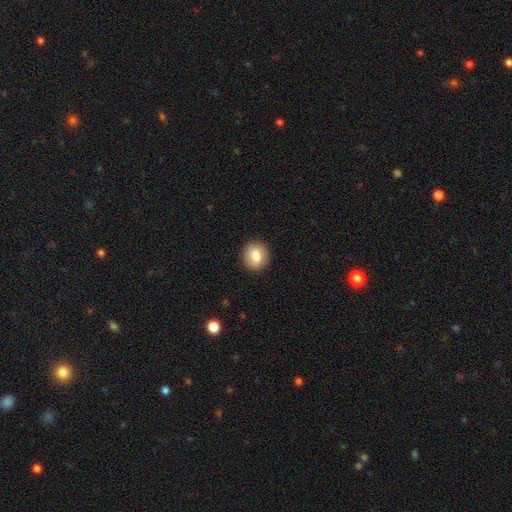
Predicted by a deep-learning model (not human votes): The model was most divided on "how rounded": round: 74%, in between: 25%, cigar-shaped: 1%. More confident: merging — none (89%); smooth or featured — smooth (82%).